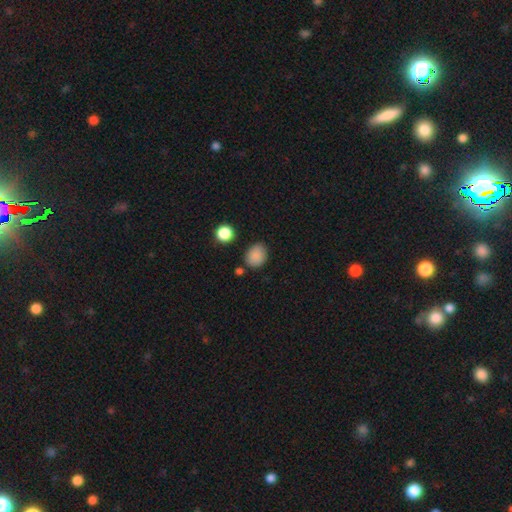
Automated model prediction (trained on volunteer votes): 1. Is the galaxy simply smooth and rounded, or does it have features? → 86% smooth, 10% star or artifact, 4% featured or disk.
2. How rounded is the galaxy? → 50% in between, 49% round, 1% cigar-shaped.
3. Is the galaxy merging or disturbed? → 79% none, 14% minor disturbance, 4% merger, 3% major disturbance.